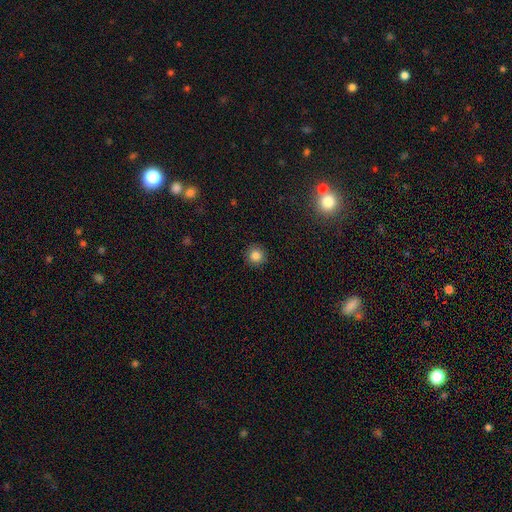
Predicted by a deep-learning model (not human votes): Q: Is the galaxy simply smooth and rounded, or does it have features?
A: smooth — 84%.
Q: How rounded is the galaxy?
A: round — 93%.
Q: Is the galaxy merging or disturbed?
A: none — 91%.